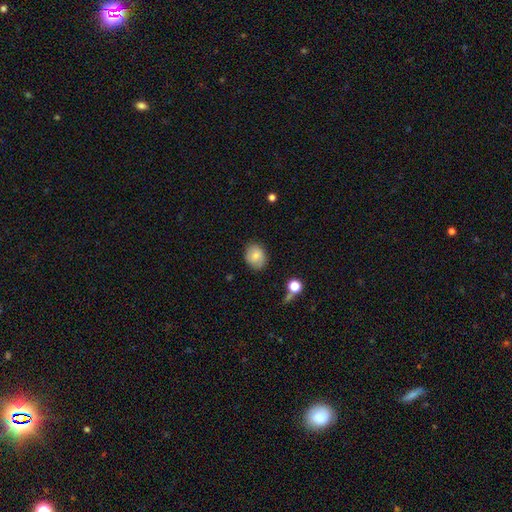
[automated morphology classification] This is clearly a smooth galaxy (81%). How rounded: possibly round (52%). Merging: clearly none (81%).